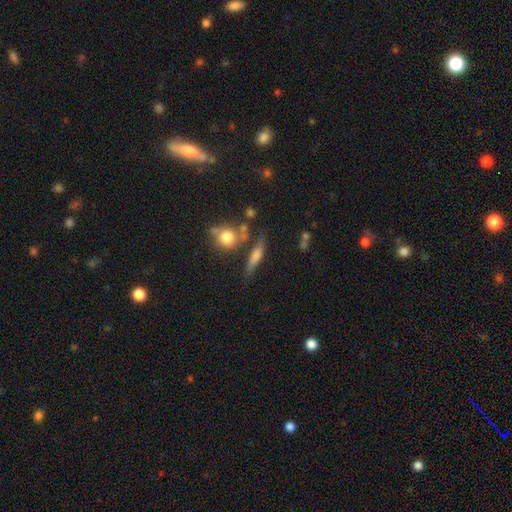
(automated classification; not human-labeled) smooth_or_featured: smooth (p=0.57) [alt: featured or disk p=0.33]
how_rounded: cigar-shaped (p=0.73) [alt: in between p=0.19]
merging: none (p=0.66) [alt: minor disturbance p=0.17]